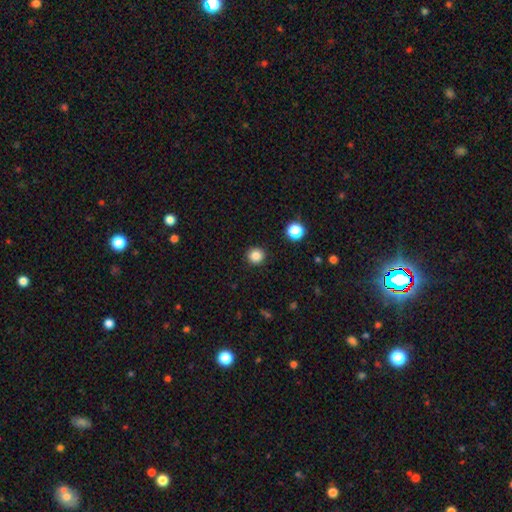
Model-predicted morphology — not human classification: type=smooth (85%); roundness=round (93%); merging=none (92%).